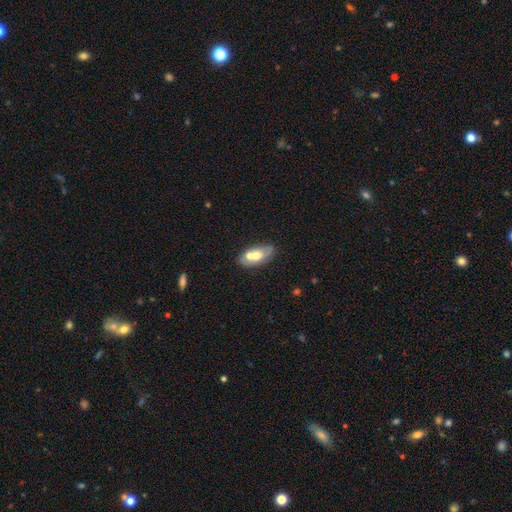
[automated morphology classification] A smooth galaxy with no disk features (49%).

Vote fractions:
- Smooth or featured? smooth: 49% / featured or disk: 44% / star or artifact: 7%
- Merging? none: 46% / merger: 32% / minor disturbance: 16% / major disturbance: 6%